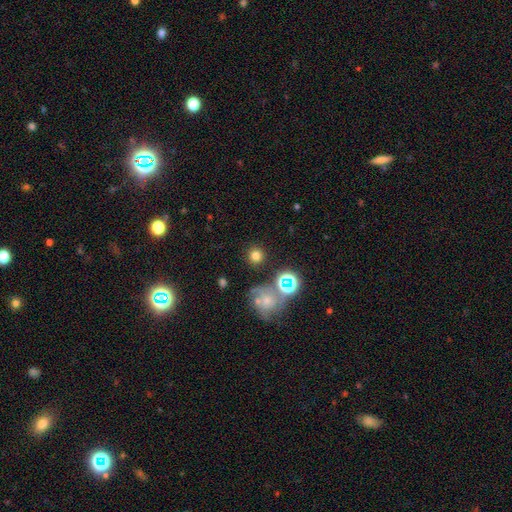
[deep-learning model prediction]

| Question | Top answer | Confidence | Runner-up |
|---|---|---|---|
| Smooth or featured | smooth | 74% | star or artifact (17%) |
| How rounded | round | 92% | in between (7%) |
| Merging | none | 84% | minor disturbance (8%) |